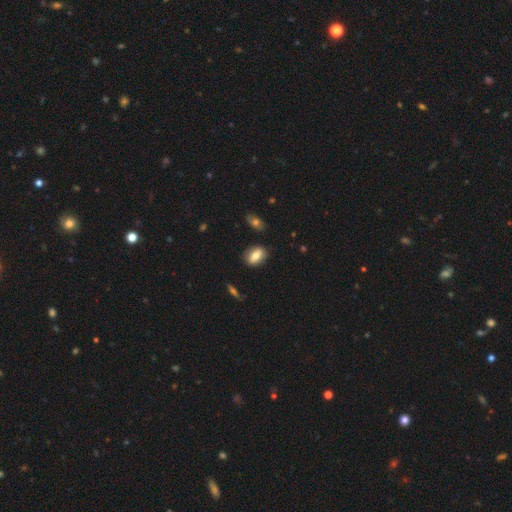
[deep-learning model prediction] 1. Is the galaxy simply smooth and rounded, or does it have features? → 74% smooth, 18% featured or disk, 8% star or artifact.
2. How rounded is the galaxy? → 83% in between, 12% round, 5% cigar-shaped.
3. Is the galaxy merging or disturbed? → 80% none, 14% minor disturbance, 3% major disturbance, 2% merger.